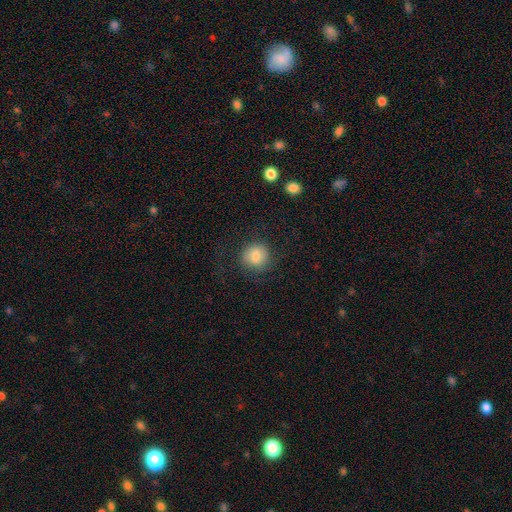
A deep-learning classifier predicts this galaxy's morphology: smooth 78%, featured or disk 13%, star or artifact 10%. Down the decision tree: how rounded — round (83%); merging — none (76%).